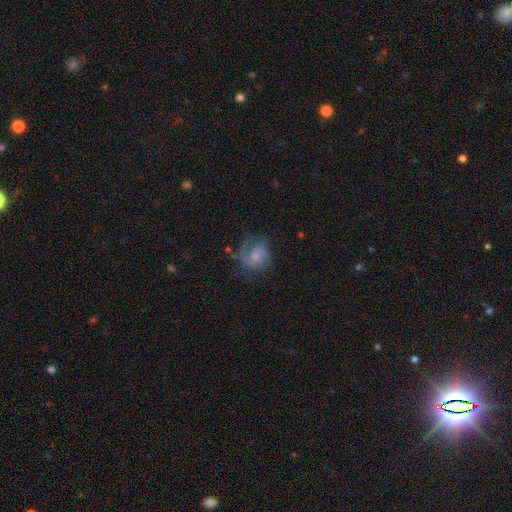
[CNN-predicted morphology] This is likely a featured or disk galaxy (60%). It is clearly not viewed edge-on (98%). Bar: likely no (69%). Spiral arm pattern: clearly yes (86%). Spiral arm count: possibly 2 (54%). Spiral winding: marginally medium (45%). Central bulge: marginally small (39%). Merging: possibly none (54%).